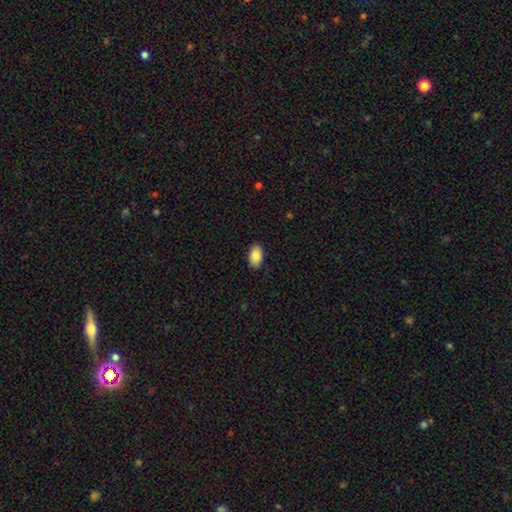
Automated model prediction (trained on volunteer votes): smooth 87%, star or artifact 7%, featured or disk 6%. Down the decision tree: how rounded — in between (93%); merging — none (89%).